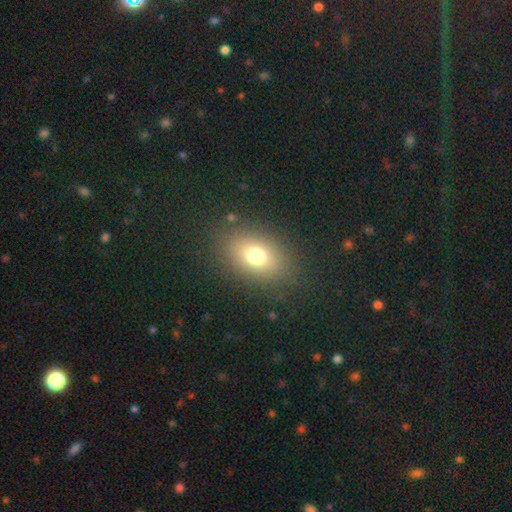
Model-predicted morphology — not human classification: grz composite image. It shows a smooth galaxy with no disk features (73%) that is in between round and cigar-shaped (72%). Merging: none (84%).